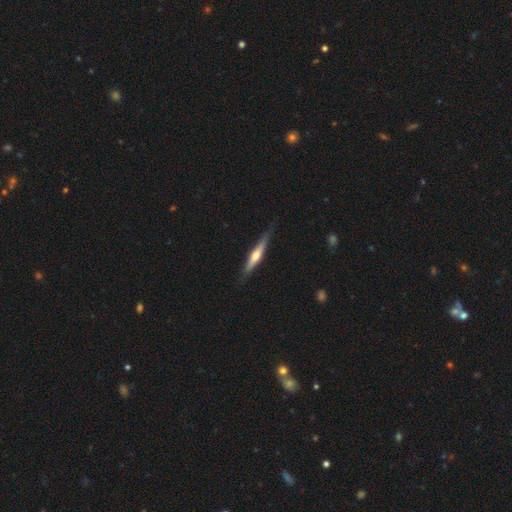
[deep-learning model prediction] featured or disk 56%, smooth 38%, star or artifact 5%. Down the decision tree: edge-on disk — yes (95%); edge-on bulge — rounded (85%); merging — none (83%).